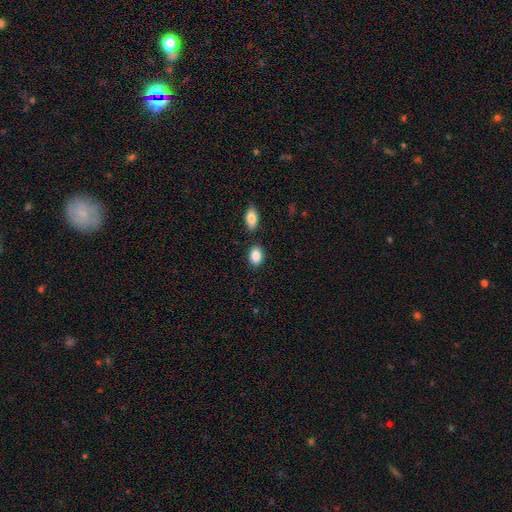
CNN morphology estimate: Smooth or featured?
  - smooth: 88% *
  - star or artifact: 7%
  - featured or disk: 5%
How rounded?
  - in between: 83% *
  - round: 16%
  - cigar-shaped: 2%
Merging?
  - none: 80% *
  - minor disturbance: 10%
  - merger: 8%
  - major disturbance: 3%